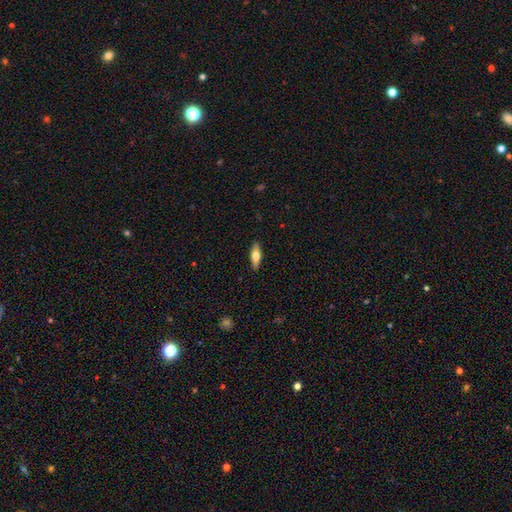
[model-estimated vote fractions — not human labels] The model was most divided on "how rounded": in between: 53%, cigar-shaped: 45%, round: 2%. More confident: merging — none (89%); smooth or featured — smooth (65%).